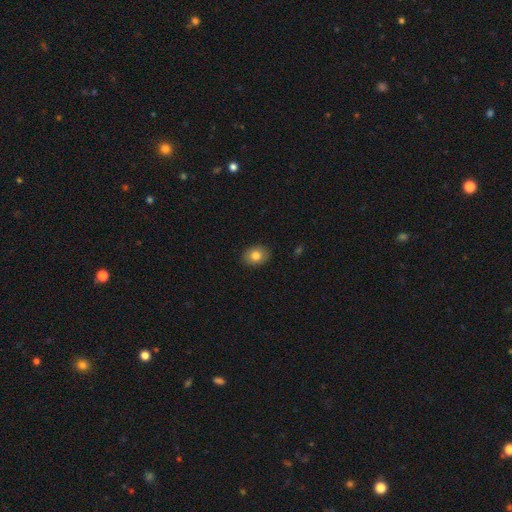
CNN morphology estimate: smooth_or_featured: smooth (p=0.82) [alt: featured or disk p=0.10]
how_rounded: in between (p=0.58) [alt: round p=0.41]
merging: none (p=0.90) [alt: minor disturbance p=0.07]